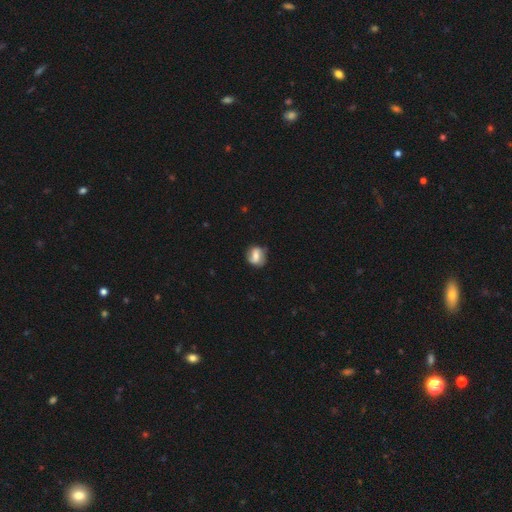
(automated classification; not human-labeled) Smooth or featured: smooth — 48% (featured or disk — 44%)
Merging: none — 73% (minor disturbance — 19%)